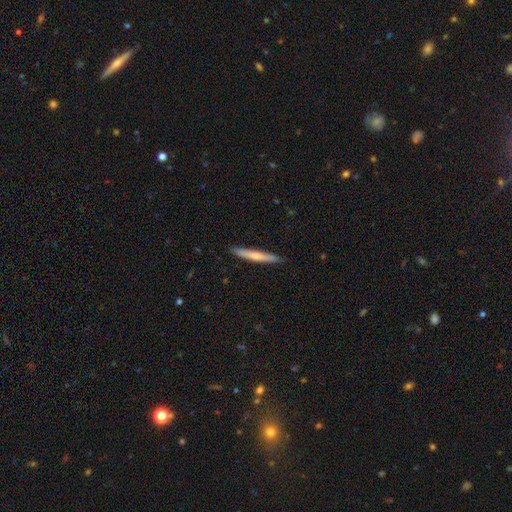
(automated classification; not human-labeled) Q: Smooth or featured?
A: smooth (59%); runner-up: featured or disk (36%)
Q: How rounded?
A: cigar-shaped (95%); runner-up: in between (4%)
Q: Merging?
A: none (90%); runner-up: minor disturbance (8%)